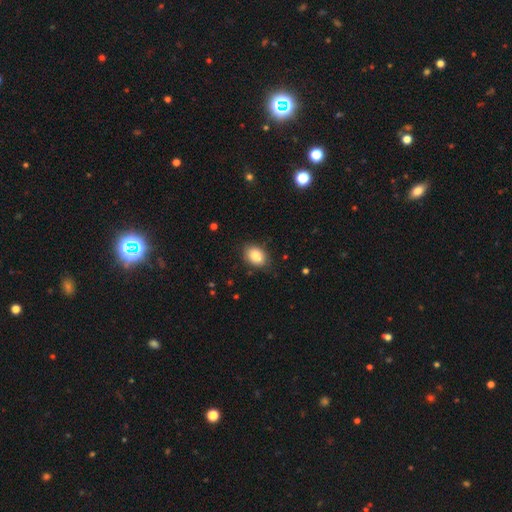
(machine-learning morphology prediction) This is clearly a smooth galaxy (85%). How rounded: likely in between (74%). Merging: clearly none (80%).